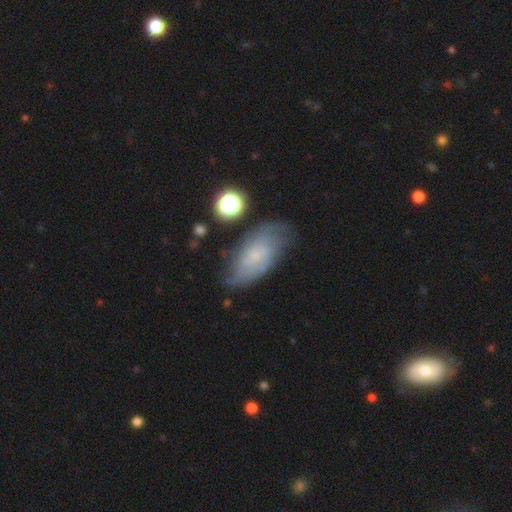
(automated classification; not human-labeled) smooth_or_featured: featured or disk (p=0.69) [alt: smooth p=0.22]
disk_edge_on: no (p=0.94) [alt: yes p=0.06]
bar: no (p=0.73) [alt: weak p=0.23]
has_spiral_arms: yes (p=0.89) [alt: no p=0.11]
spiral_winding: tight (p=0.56) [alt: medium p=0.32]
spiral_arm_count: can't tell (p=0.49) [alt: 2 p=0.28]
bulge_size: small (p=0.78) [alt: moderate p=0.12]
merging: none (p=0.65) [alt: minor disturbance p=0.23]